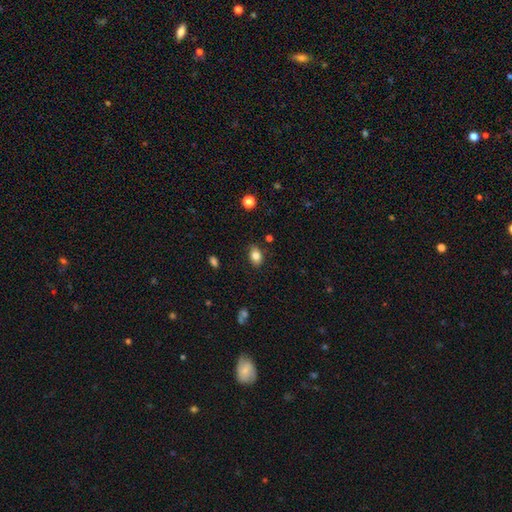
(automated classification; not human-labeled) Morphology: type=smooth (82%); roundness=in between (81%); merging=none (83%).